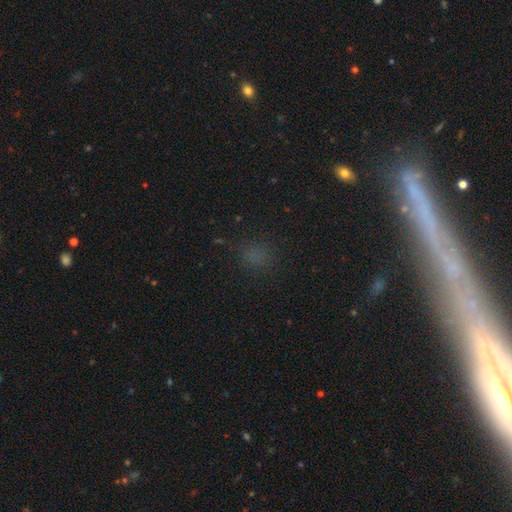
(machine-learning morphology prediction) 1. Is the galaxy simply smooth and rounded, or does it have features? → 65% smooth, 28% star or artifact, 7% featured or disk.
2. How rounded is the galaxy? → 65% round, 32% in between, 2% cigar-shaped.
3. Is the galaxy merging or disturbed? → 80% none, 11% minor disturbance, 6% major disturbance, 2% merger.